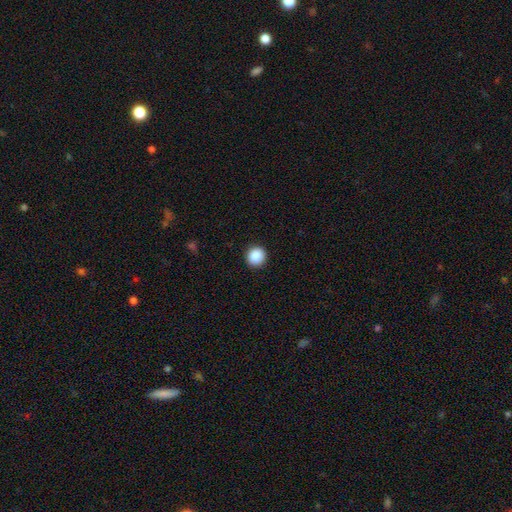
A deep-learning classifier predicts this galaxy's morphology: smooth 89%, star or artifact 9%, featured or disk 2%. Down the decision tree: how rounded — round (92%); merging — none (92%).